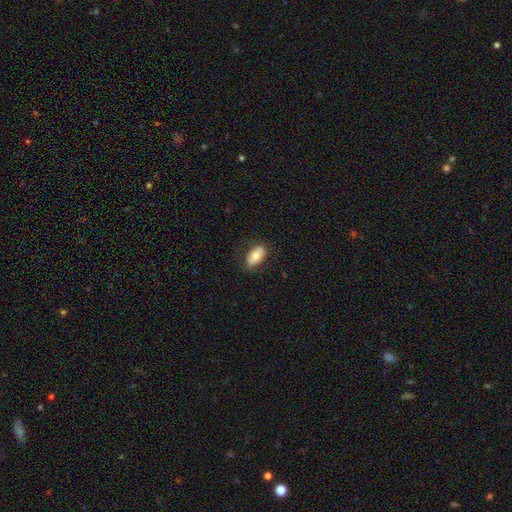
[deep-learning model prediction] Overall: smooth (69%). How rounded: in between (92%). Merging: none (79%).